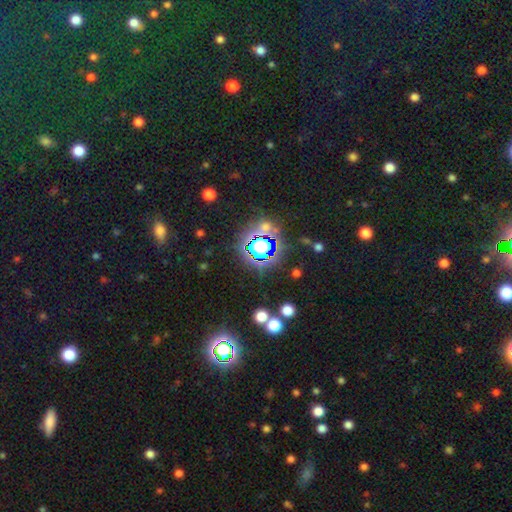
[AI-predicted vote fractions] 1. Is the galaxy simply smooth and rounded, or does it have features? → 65% star or artifact, 24% smooth, 11% featured or disk.